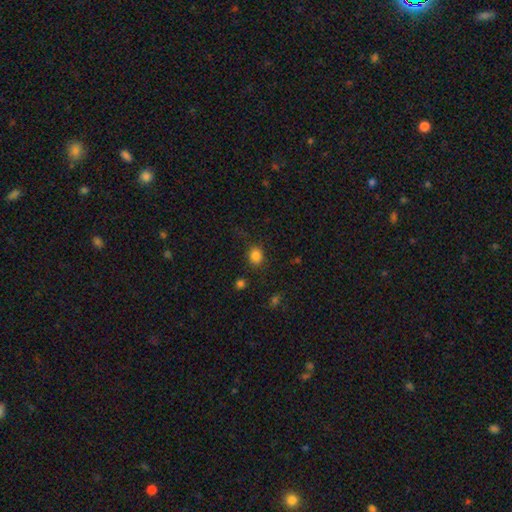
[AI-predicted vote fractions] A smooth galaxy with no disk features (84%) that is round (64%).

Vote fractions:
- Smooth or featured? smooth: 84% / star or artifact: 12% / featured or disk: 5%
- How rounded? round: 64% / in between: 35% / cigar-shaped: 1%
- Merging? none: 80% / minor disturbance: 13% / major disturbance: 4% / merger: 3%